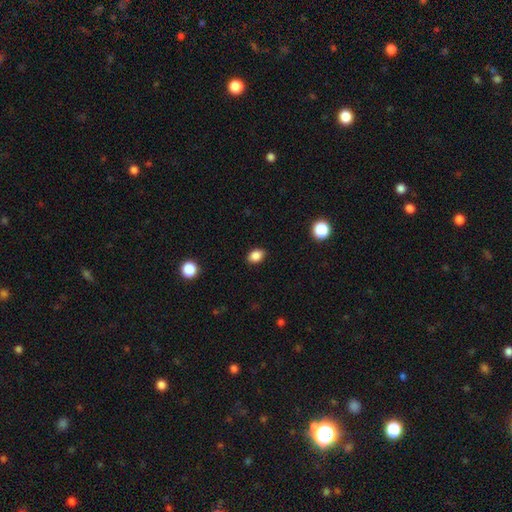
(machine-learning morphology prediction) smooth_or_featured: smooth (p=0.86) [alt: star or artifact p=0.10]
how_rounded: in between (p=0.73) [alt: round p=0.26]
merging: none (p=0.88) [alt: minor disturbance p=0.09]